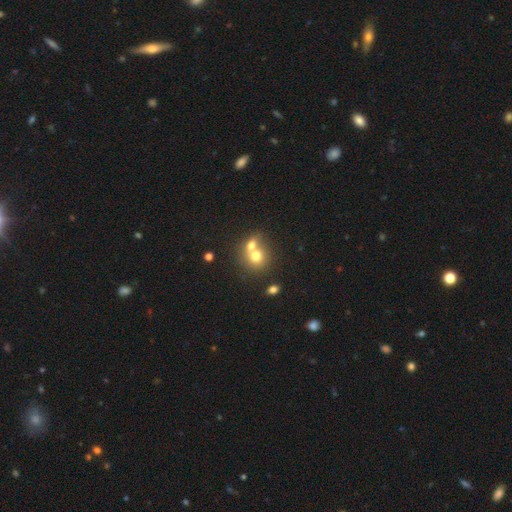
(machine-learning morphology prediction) This is likely a smooth galaxy (70%). How rounded: likely round (73%). Merging: likely merger (64%).